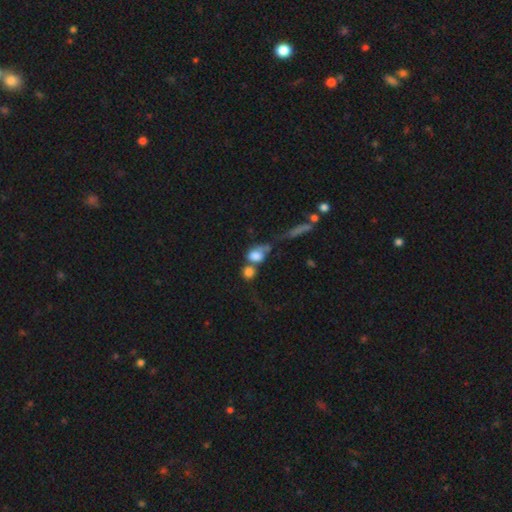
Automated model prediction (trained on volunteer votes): Morphology: type=smooth (74%); roundness=in between (52%); merging=merger (56%).